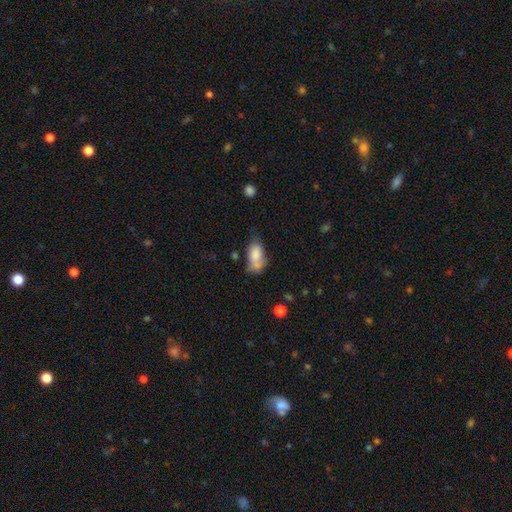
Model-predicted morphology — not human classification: Overall: smooth (78%). How rounded: in between (90%). Merging: none (39%; minor disturbance 30%).